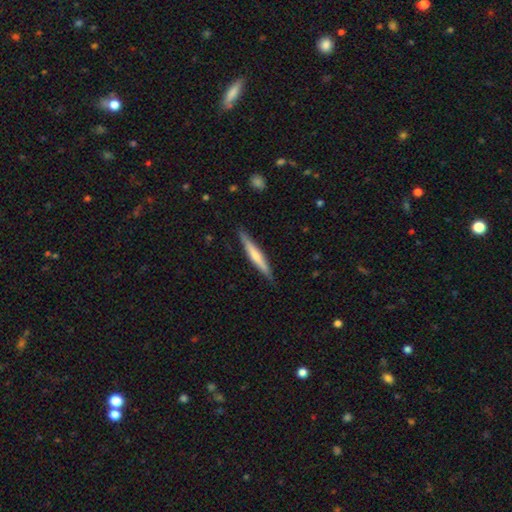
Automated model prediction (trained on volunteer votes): smooth_or_featured: smooth (p=0.49) [alt: featured or disk p=0.46]
merging: none (p=0.88) [alt: minor disturbance p=0.09]